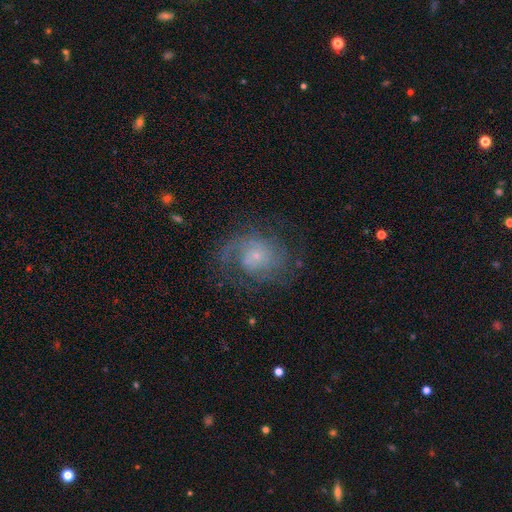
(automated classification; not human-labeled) Smooth or featured? featured or disk (79%)
Edge-on disk? no (98%)
Bar? no (72%)
Spiral arms? yes (93%)
Spiral winding? medium (42%)
Spiral arm count? 2 (35%)
Bulge size? small (76%)
Merging? none (66%)